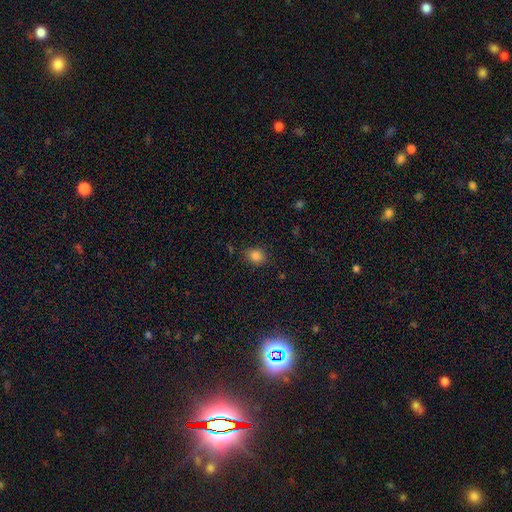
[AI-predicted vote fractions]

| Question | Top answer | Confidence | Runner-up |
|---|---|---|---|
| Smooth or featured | smooth | 83% | star or artifact (12%) |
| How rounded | round | 59% | in between (40%) |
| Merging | none | 82% | minor disturbance (13%) |